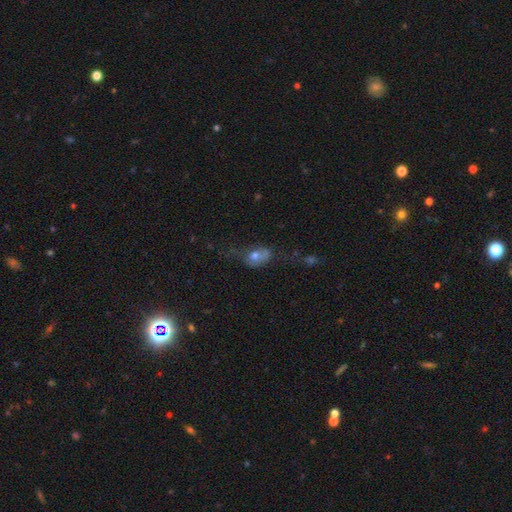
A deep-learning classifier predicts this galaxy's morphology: A smooth galaxy with no disk features (56%) that is in between round and cigar-shaped (73%).

Vote fractions:
- Smooth or featured? smooth: 56% / featured or disk: 30% / star or artifact: 13%
- How rounded? in between: 73% / round: 23% / cigar-shaped: 4%
- Merging? none: 34% / major disturbance: 33% / minor disturbance: 27% / merger: 7%